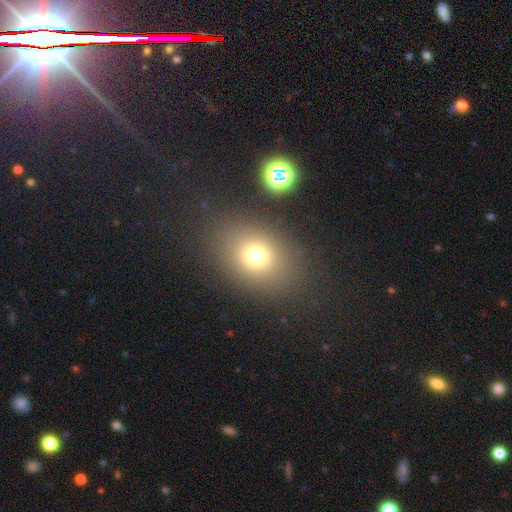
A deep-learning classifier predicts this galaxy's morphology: A smooth galaxy with no disk features (72%) that is in between round and cigar-shaped (54%).

Vote fractions:
- Smooth or featured? smooth: 72% / star or artifact: 17% / featured or disk: 11%
- How rounded? in between: 54% / round: 45% / cigar-shaped: 1%
- Merging? none: 80% / minor disturbance: 10% / major disturbance: 6% / merger: 5%